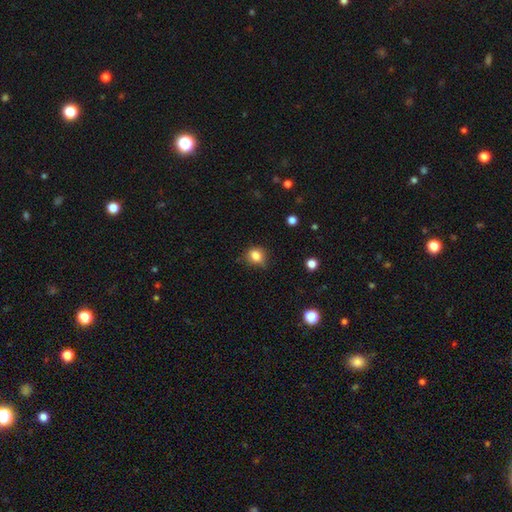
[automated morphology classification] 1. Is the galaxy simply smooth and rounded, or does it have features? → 83% smooth, 11% star or artifact, 6% featured or disk.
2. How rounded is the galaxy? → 72% round, 27% in between, 1% cigar-shaped.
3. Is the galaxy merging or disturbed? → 66% none, 27% minor disturbance, 6% major disturbance, 2% merger.